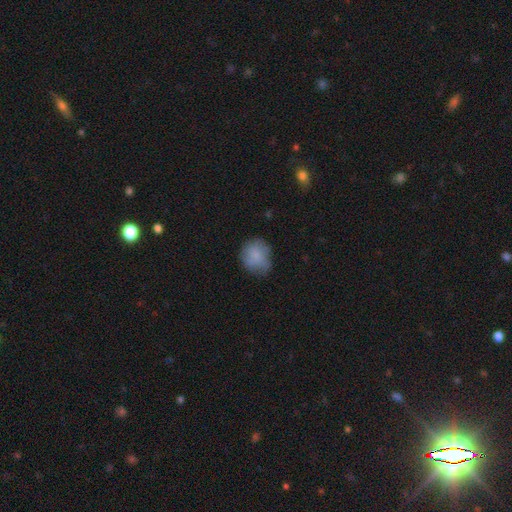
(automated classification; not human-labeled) smooth_or_featured: smooth (p=0.81) [alt: featured or disk p=0.12]
how_rounded: round (p=0.71) [alt: in between p=0.28]
merging: none (p=0.67) [alt: minor disturbance p=0.25]